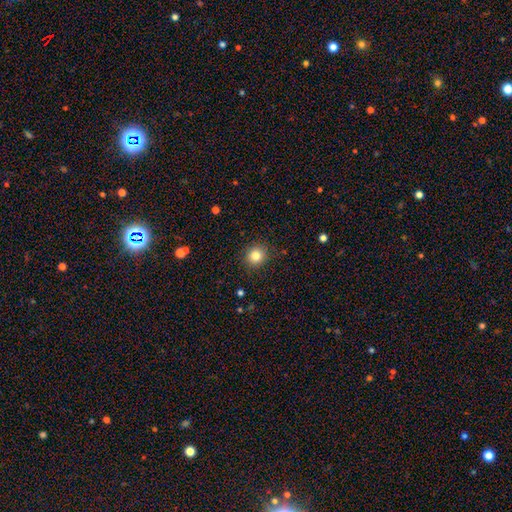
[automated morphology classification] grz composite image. It shows a smooth galaxy with no disk features (82%) that is round (88%). Merging: none (90%).